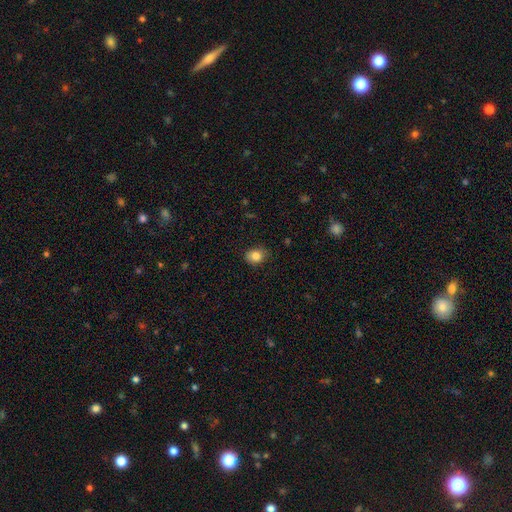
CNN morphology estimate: A smooth galaxy with no disk features (83%) that is round (55%). Merging: none (81%).